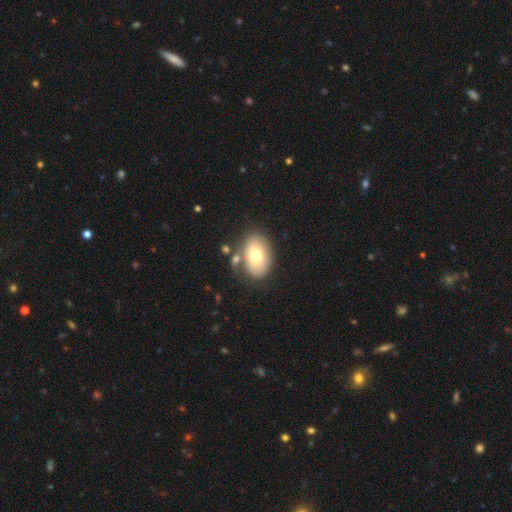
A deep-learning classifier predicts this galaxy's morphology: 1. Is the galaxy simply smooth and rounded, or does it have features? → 72% smooth, 21% featured or disk, 7% star or artifact.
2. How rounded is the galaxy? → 84% in between, 15% round, 1% cigar-shaped.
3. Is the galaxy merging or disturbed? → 69% none, 16% minor disturbance, 10% merger, 5% major disturbance.